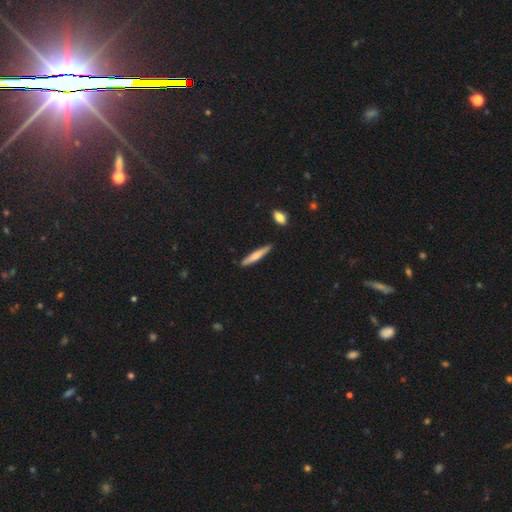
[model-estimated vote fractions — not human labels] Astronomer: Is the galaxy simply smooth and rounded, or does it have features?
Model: smooth — 65%.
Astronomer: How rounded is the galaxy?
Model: cigar-shaped — 93%.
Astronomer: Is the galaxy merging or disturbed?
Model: none — 87%.